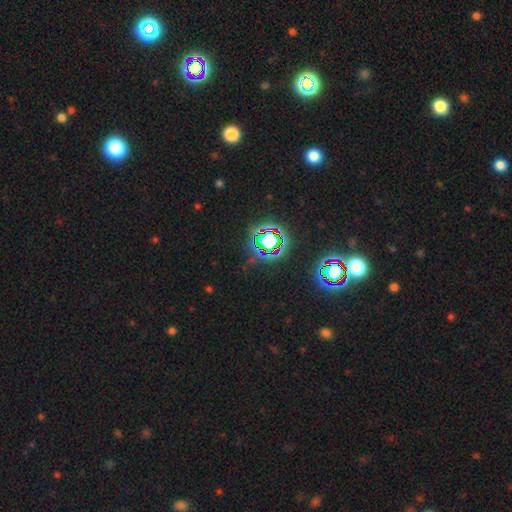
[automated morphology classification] Smooth or featured? star or artifact (81%)